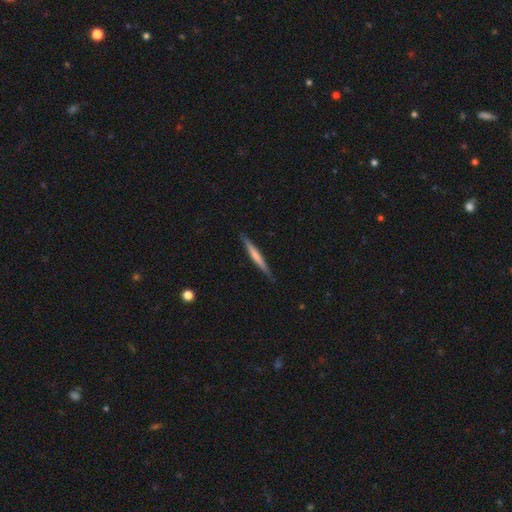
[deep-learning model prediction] Morphology: type=smooth (51%); roundness=cigar-shaped (96%); merging=none (88%).